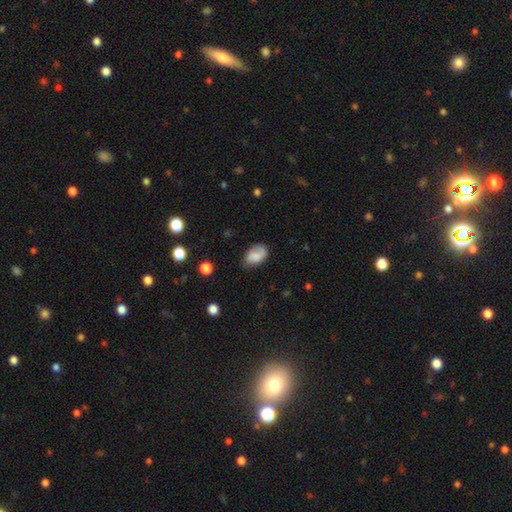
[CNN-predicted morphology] A smooth galaxy with no disk features (79%) that is in between round and cigar-shaped (90%). Merging: none (66%).